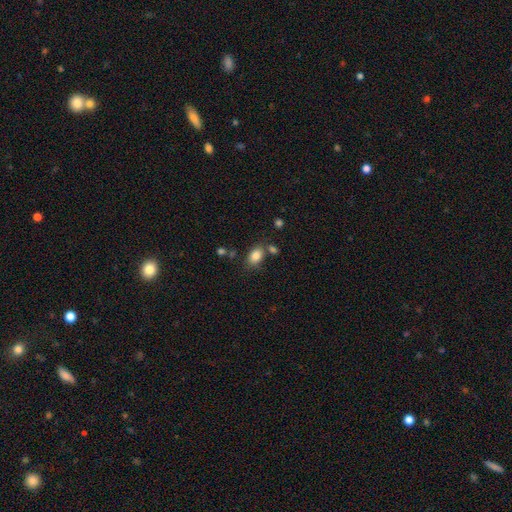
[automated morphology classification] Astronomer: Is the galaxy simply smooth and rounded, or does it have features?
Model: smooth — 84%.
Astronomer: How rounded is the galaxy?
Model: in between — 84%.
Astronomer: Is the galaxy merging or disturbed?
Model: none — 70%.